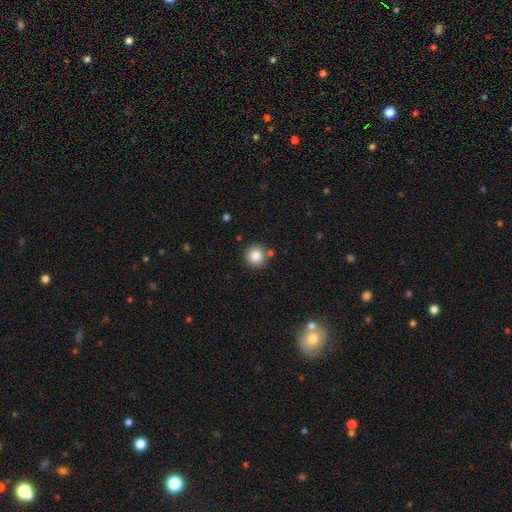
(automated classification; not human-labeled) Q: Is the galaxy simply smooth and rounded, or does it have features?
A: smooth — 83%.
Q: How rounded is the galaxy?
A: round — 95%.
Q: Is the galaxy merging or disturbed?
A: none — 83%.